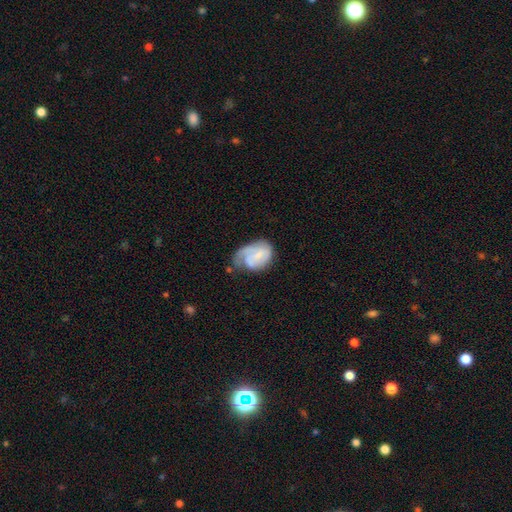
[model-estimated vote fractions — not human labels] Overall: featured or disk (52%; smooth 41%). Edge-on disk: no (97%). Bar: no (52%; weak 38%). Spiral arms: yes (77%). Bulge size: small (43%; none 33%). Merging: minor disturbance (35%; major disturbance 31%).